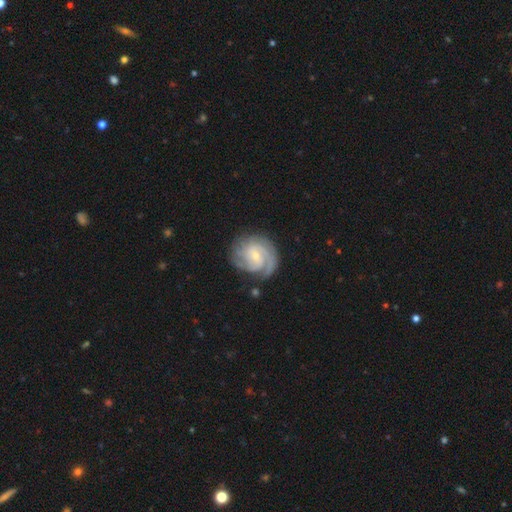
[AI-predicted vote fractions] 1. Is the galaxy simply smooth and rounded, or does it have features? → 86% featured or disk, 9% smooth, 5% star or artifact.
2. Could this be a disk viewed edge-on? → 98% no, 2% yes.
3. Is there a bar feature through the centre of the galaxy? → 48% no, 44% weak, 9% strong.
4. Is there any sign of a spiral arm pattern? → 97% yes, 3% no.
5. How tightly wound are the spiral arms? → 64% tight, 30% medium, 6% loose.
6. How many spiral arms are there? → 30% 2, 27% 3, 23% can't tell, 8% 4, 7% 1, 5% more than 4.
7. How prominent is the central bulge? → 68% small, 27% moderate, 2% none, 1% large, 1% dominant.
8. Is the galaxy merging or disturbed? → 75% none, 16% minor disturbance, 7% major disturbance, 2% merger.